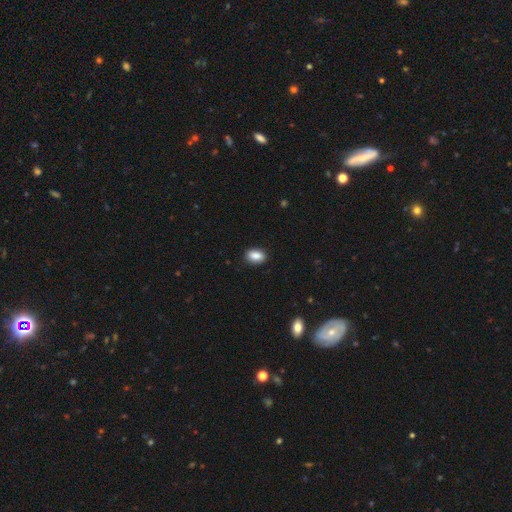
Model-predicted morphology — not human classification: Smooth or featured? smooth (87%)
How rounded? in between (85%)
Merging? none (88%)